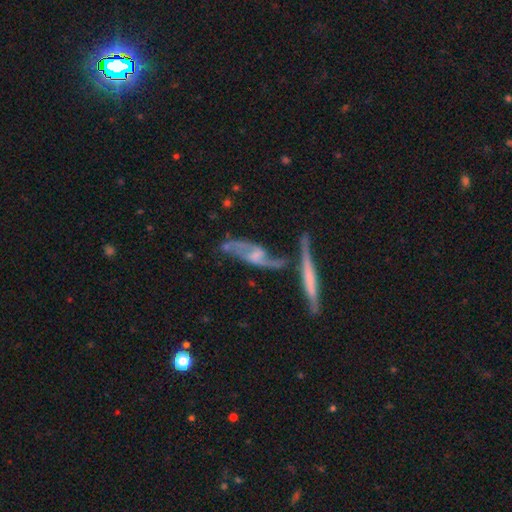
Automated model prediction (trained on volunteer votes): Smooth or featured: featured or disk — 81% (smooth — 13%)
Edge-on disk: no — 76% (yes — 24%)
Bar: weak — 44% (no — 41%)
Spiral arms: yes — 90% (no — 10%)
Spiral winding: loose — 62% (medium — 29%)
Spiral arm count: 2 — 89% (can't tell — 6%)
Bulge size: small — 37% (moderate — 30%)
Merging: none — 45% (merger — 27%)